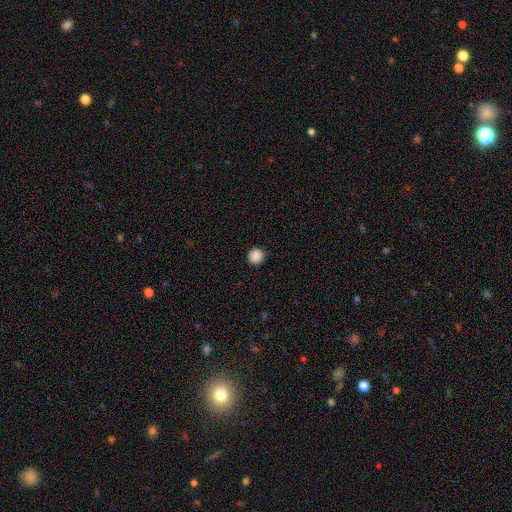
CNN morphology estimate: A smooth galaxy with no disk features (88%) that is round (92%).

Vote fractions:
- Smooth or featured? smooth: 88% / star or artifact: 10% / featured or disk: 2%
- How rounded? round: 92% / in between: 7% / cigar-shaped: 1%
- Merging? none: 88% / minor disturbance: 9% / major disturbance: 2% / merger: 1%